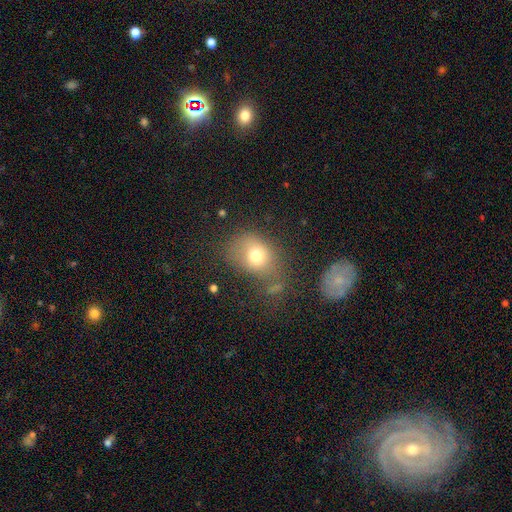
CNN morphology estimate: smooth-or-featured: smooth: 73% | featured or disk: 15% | star or artifact: 12%
  how-rounded: in between: 57% | round: 41% | cigar-shaped: 1%
  merging: none: 45% | minor disturbance: 25% | major disturbance: 21% | merger: 9%